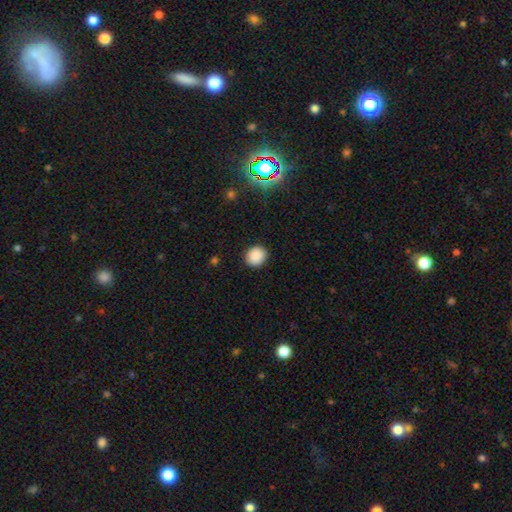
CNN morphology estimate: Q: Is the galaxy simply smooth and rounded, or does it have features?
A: smooth — 88%.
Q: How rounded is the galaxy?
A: round — 82%.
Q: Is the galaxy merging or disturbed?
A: none — 90%.